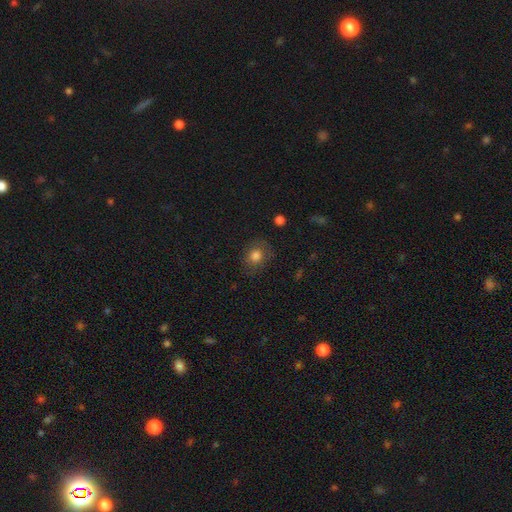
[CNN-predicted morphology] A smooth galaxy with no disk features (79%) that is round (62%).

Vote fractions:
- Smooth or featured? smooth: 79% / star or artifact: 11% / featured or disk: 9%
- How rounded? round: 62% / in between: 36% / cigar-shaped: 1%
- Merging? none: 77% / minor disturbance: 16% / major disturbance: 6% / merger: 1%